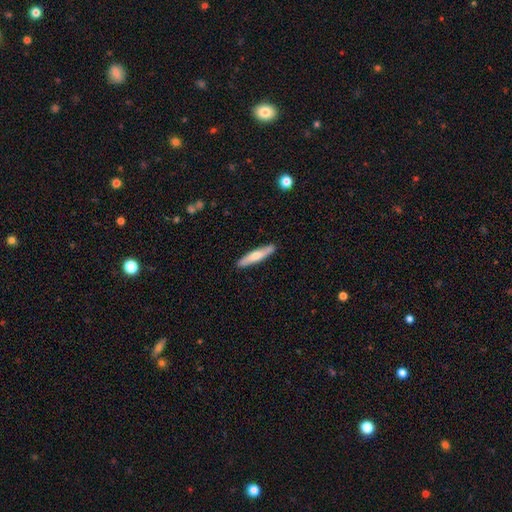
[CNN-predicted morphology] This is likely a smooth galaxy (61%). How rounded: clearly cigar-shaped (87%). Merging: clearly none (89%).